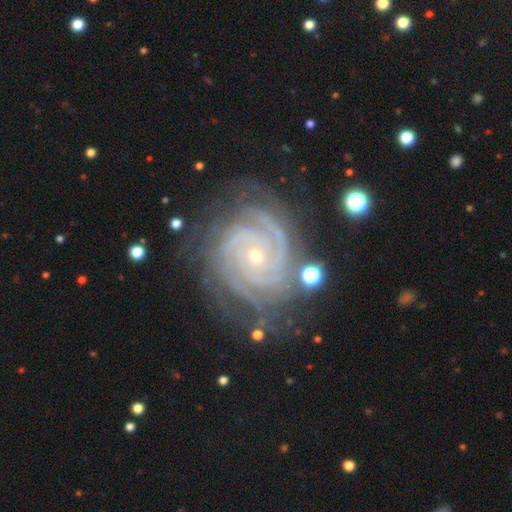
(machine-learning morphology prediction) Q: Smooth or featured?
A: featured or disk (92%); runner-up: star or artifact (6%)
Q: Edge-on disk?
A: no (98%); runner-up: yes (2%)
Q: Bar?
A: no (73%); runner-up: weak (19%)
Q: Spiral arms?
A: yes (99%); runner-up: no (1%)
Q: Spiral winding?
A: tight (81%); runner-up: medium (17%)
Q: Spiral arm count?
A: 3 (29%); runner-up: 2 (22%)
Q: Bulge size?
A: small (73%); runner-up: moderate (24%)
Q: Merging?
A: none (74%); runner-up: minor disturbance (17%)